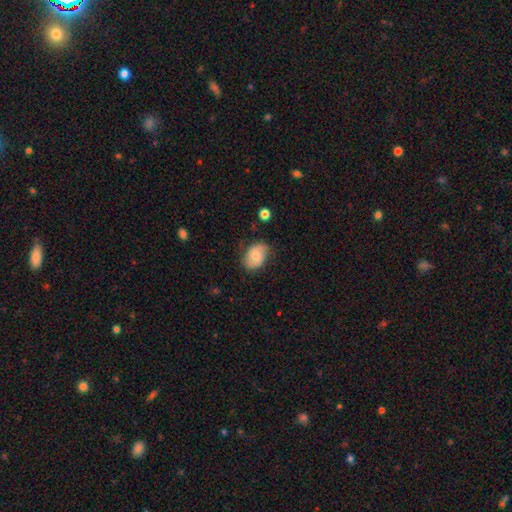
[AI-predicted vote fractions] Overall: smooth (68%). How rounded: in between (77%). Merging: none (67%).